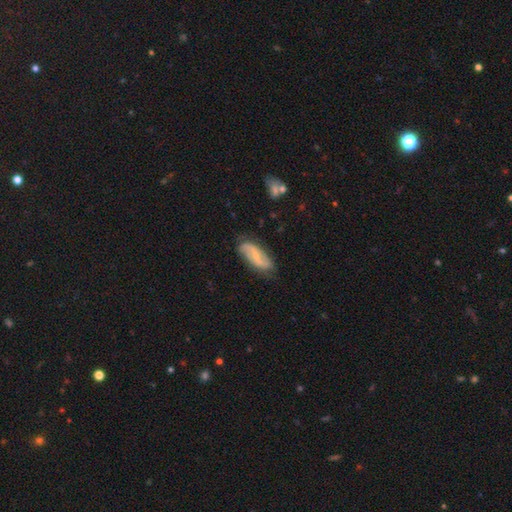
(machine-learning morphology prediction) A featured or disk galaxy (74%) with a weak bar (44%), 2 (88%) loose (46%) spiral arms (93%) and a small central bulge (66%).

Vote fractions:
- Smooth or featured? featured or disk: 74% / smooth: 20% / star or artifact: 6%
- Edge-on disk? no: 94% / yes: 6%
- Bar? weak: 44% / no: 33% / strong: 22%
- Spiral arms? yes: 93% / no: 7%
- Spiral winding? loose: 46% / medium: 37% / tight: 17%
- Spiral arm count? 2: 88% / can't tell: 6% / 1: 2% / 3: 2% / 4: 1% / more than 4: 1%
- Bulge size? small: 66% / moderate: 21% / none: 11% / large: 1% / dominant: 1%
- Merging? none: 77% / minor disturbance: 17% / major disturbance: 4% / merger: 2%